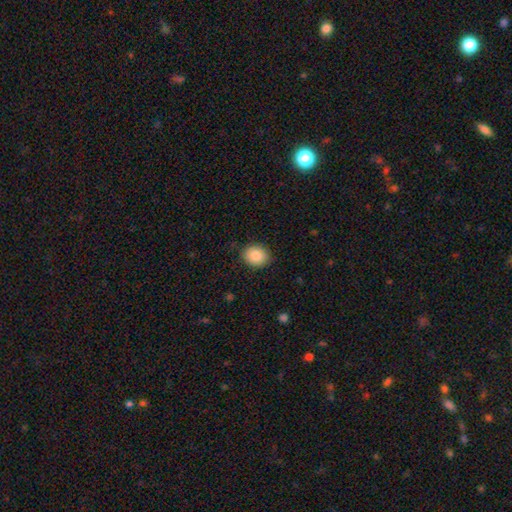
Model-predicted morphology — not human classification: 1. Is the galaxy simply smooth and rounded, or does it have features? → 86% smooth, 8% star or artifact, 6% featured or disk.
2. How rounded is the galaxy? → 64% round, 36% in between, 1% cigar-shaped.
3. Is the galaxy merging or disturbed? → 88% none, 9% minor disturbance, 2% major disturbance, 1% merger.